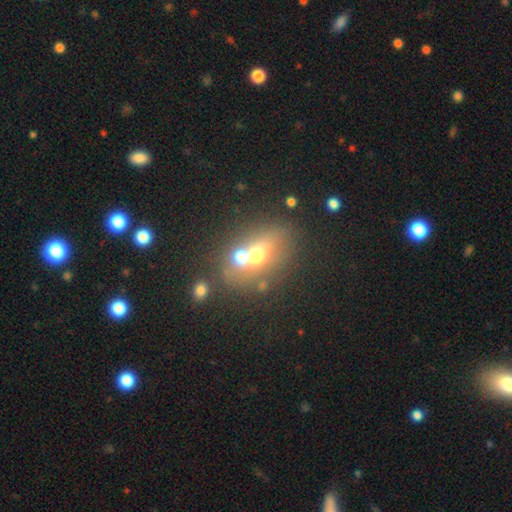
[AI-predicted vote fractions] smooth_or_featured: smooth (p=0.56) [alt: featured or disk p=0.28]
how_rounded: in between (p=0.61) [alt: round p=0.34]
merging: merger (p=0.44) [alt: none p=0.38]